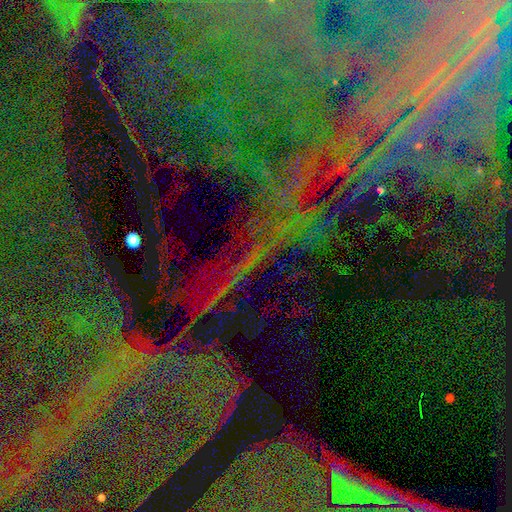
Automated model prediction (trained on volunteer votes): A star or artifact, not a galaxy (80%).

Vote fractions:
- Smooth or featured? star or artifact: 80% / featured or disk: 11% / smooth: 9%